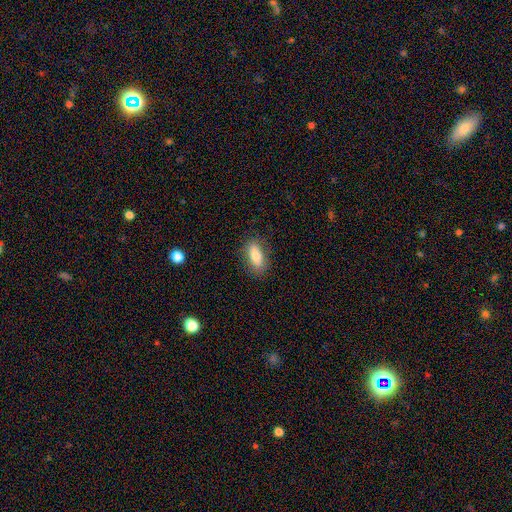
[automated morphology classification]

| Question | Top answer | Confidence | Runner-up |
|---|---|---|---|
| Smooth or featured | smooth | 77% | featured or disk (16%) |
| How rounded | in between | 82% | cigar-shaped (14%) |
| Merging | none | 84% | minor disturbance (12%) |